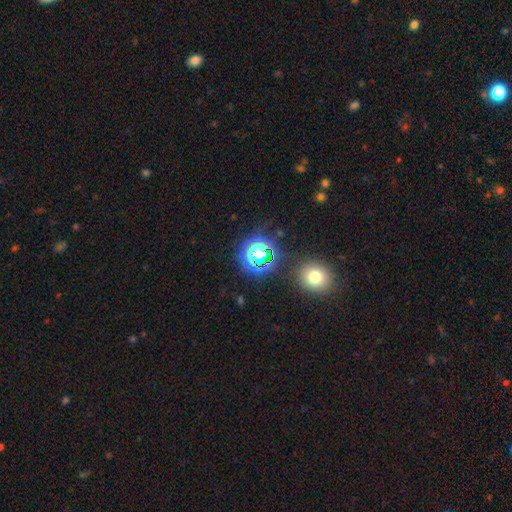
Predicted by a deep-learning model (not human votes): smooth-or-featured: star or artifact: 67% | smooth: 24% | featured or disk: 9%